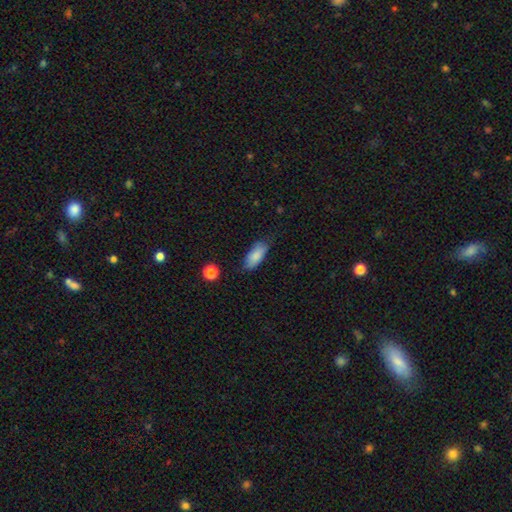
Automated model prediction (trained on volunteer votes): Smooth or featured? smooth (84%)
How rounded? in between (84%)
Merging? none (73%)